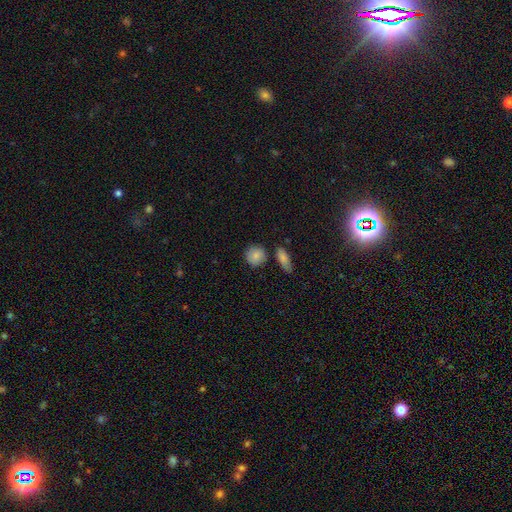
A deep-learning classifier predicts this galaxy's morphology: Smooth or featured? Predicted: smooth (p=0.84). How rounded? Predicted: round (p=0.86). Merging? Predicted: none (p=0.77).